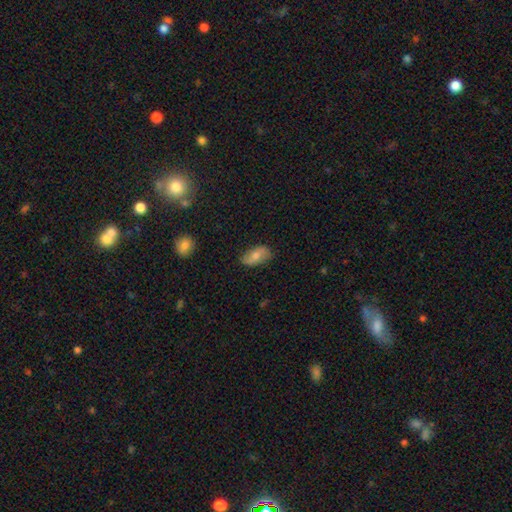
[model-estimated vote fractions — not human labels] Smooth or featured?
  - smooth: 65% *
  - featured or disk: 28%
  - star or artifact: 7%
How rounded?
  - in between: 92% *
  - round: 4%
  - cigar-shaped: 3%
Merging?
  - none: 78% *
  - minor disturbance: 17%
  - major disturbance: 4%
  - merger: 1%